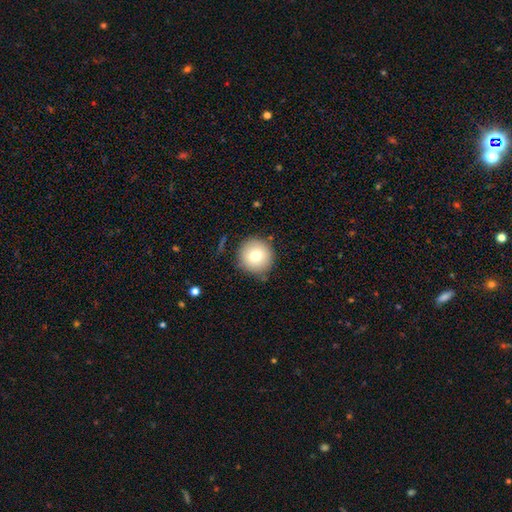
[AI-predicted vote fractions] This appears to be a smooth galaxy with no disk features (75%) that is round (95%). Merging: none (84%).